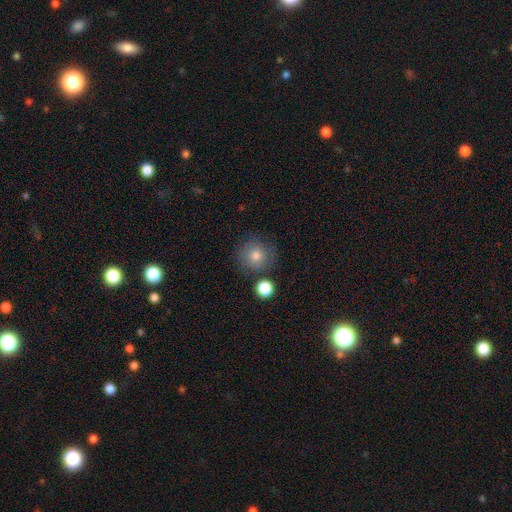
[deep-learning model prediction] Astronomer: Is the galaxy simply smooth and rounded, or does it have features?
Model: smooth — 77%.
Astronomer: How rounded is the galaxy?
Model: round — 92%.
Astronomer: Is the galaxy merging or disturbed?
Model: none — 79%.